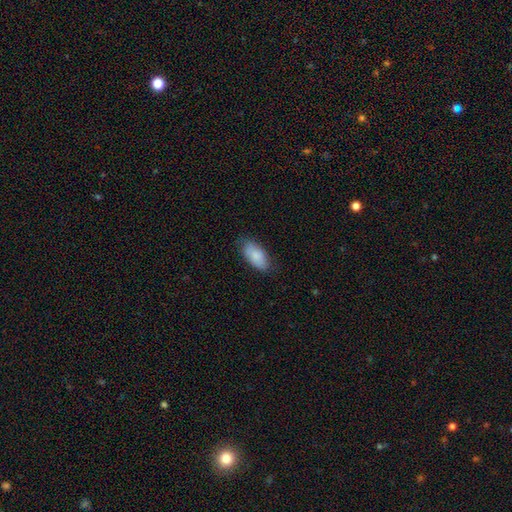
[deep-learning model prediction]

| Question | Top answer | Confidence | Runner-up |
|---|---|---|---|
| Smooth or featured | smooth | 86% | featured or disk (8%) |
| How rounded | in between | 92% | cigar-shaped (6%) |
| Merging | none | 78% | minor disturbance (17%) |